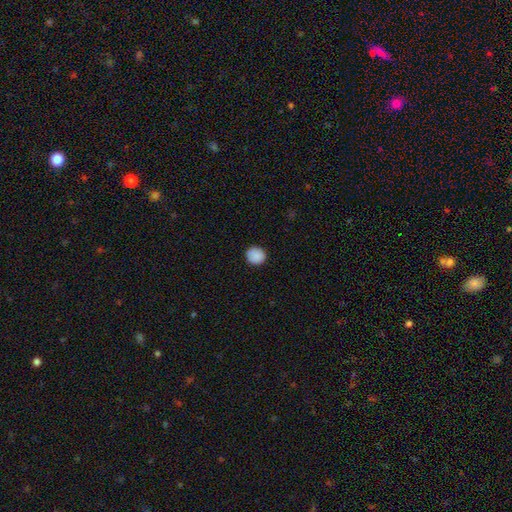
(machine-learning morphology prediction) A smooth galaxy with no disk features (89%) that is round (89%).

Vote fractions:
- Smooth or featured? smooth: 89% / star or artifact: 8% / featured or disk: 3%
- How rounded? round: 89% / in between: 10% / cigar-shaped: 1%
- Merging? none: 90% / minor disturbance: 8% / major disturbance: 2% / merger: 1%